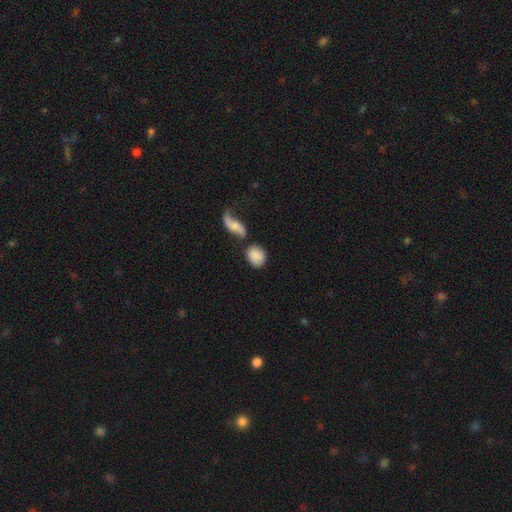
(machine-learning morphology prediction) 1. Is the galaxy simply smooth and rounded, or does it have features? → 82% smooth, 11% featured or disk, 7% star or artifact.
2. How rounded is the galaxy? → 53% in between, 44% round, 3% cigar-shaped.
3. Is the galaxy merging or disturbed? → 53% none, 26% merger, 14% minor disturbance, 7% major disturbance.